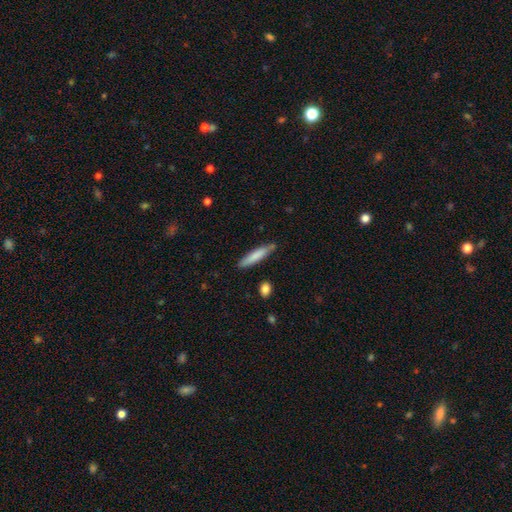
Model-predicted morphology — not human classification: Q: Smooth or featured?
A: smooth (78%); runner-up: featured or disk (16%)
Q: How rounded?
A: cigar-shaped (87%); runner-up: in between (12%)
Q: Merging?
A: none (81%); runner-up: minor disturbance (14%)